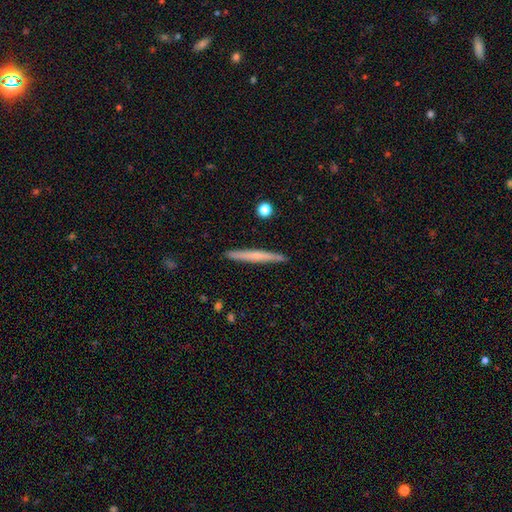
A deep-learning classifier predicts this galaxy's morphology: This is possibly a smooth galaxy (50%). How rounded: clearly cigar-shaped (97%). Merging: clearly none (91%).